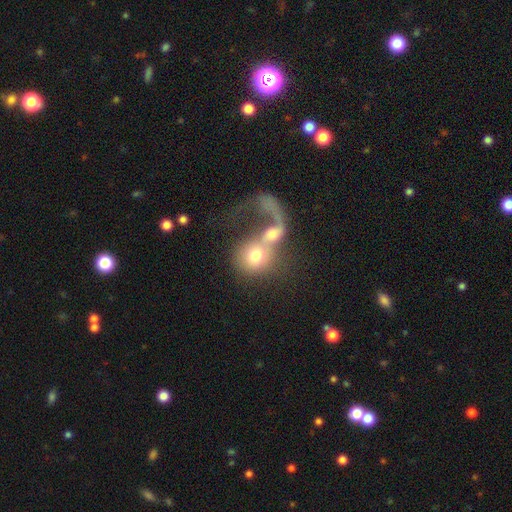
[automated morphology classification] Smooth or featured? smooth (54%)
How rounded? round (73%)
Merging? merger (71%)